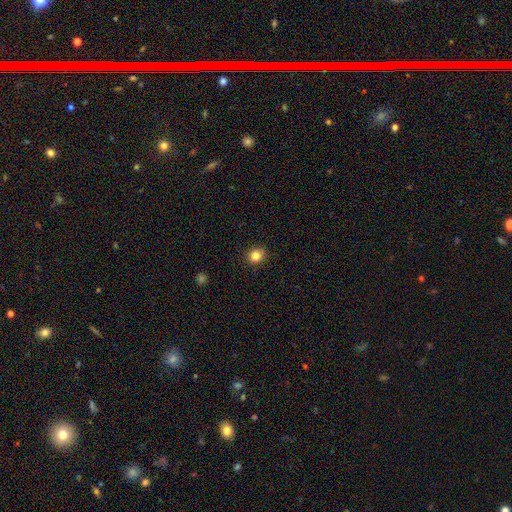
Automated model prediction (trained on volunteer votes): The model was most divided on "smooth or featured": smooth: 83%, star or artifact: 12%, featured or disk: 5%. More confident: merging — none (91%); how rounded — round (86%).